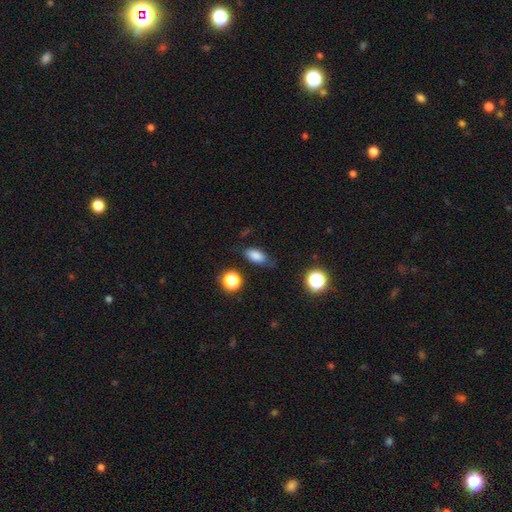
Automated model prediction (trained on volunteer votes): Smooth or featured?
  - smooth: 82% *
  - star or artifact: 11%
  - featured or disk: 7%
How rounded?
  - in between: 85% *
  - round: 7%
  - cigar-shaped: 7%
Merging?
  - none: 71% *
  - minor disturbance: 21%
  - major disturbance: 5%
  - merger: 3%